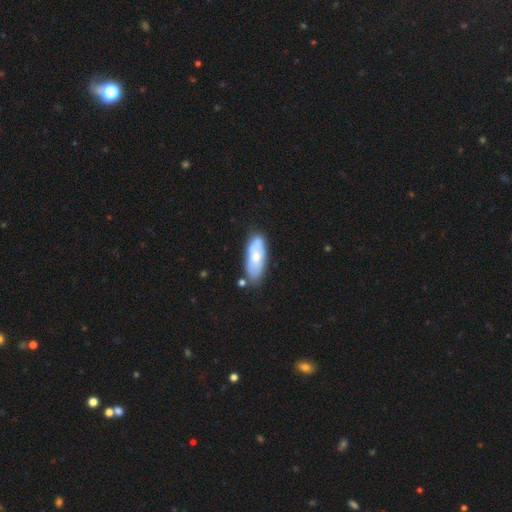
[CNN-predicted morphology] Smooth or featured? smooth (51%)
How rounded? in between (74%)
Merging? none (67%)